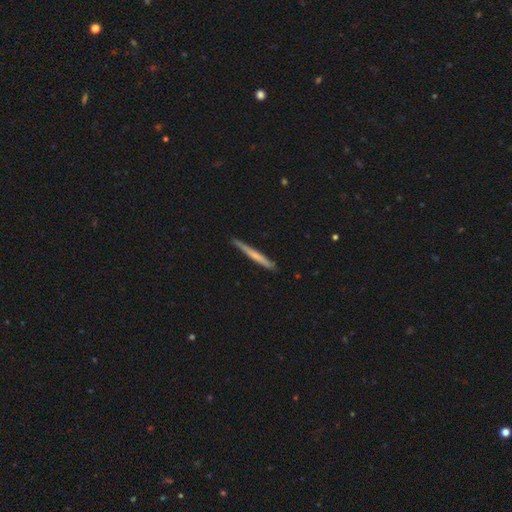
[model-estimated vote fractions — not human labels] Overall: smooth (52%; featured or disk 42%). How rounded: cigar-shaped (97%). Merging: none (86%).